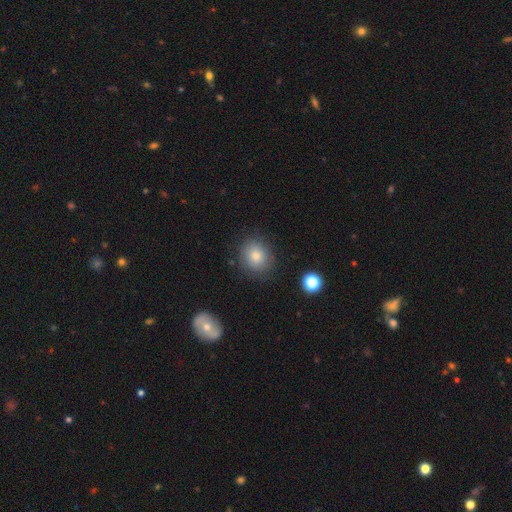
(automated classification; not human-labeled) Smooth or featured: smooth — 79% (star or artifact — 12%)
How rounded: round — 78% (in between — 21%)
Merging: none — 85% (minor disturbance — 10%)